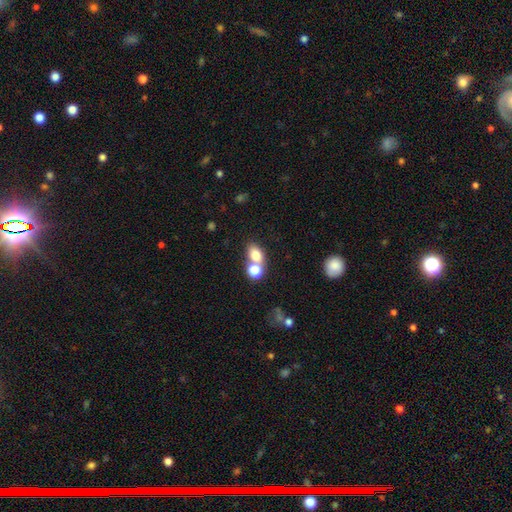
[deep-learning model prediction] smooth-or-featured: smooth: 76% | star or artifact: 13% | featured or disk: 11%
  how-rounded: in between: 65% | round: 33% | cigar-shaped: 2%
  merging: none: 45% | merger: 40% | minor disturbance: 10% | major disturbance: 5%